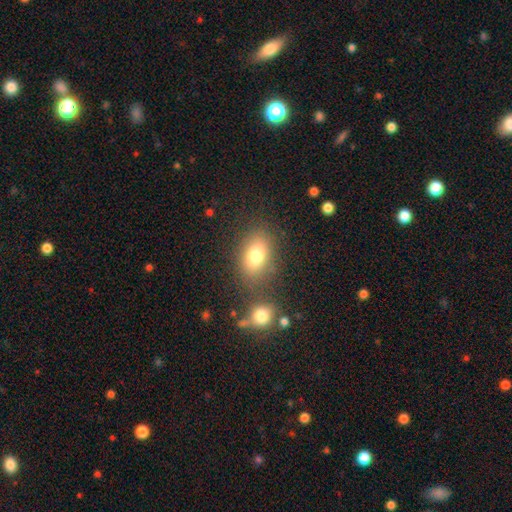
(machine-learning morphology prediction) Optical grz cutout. It shows a smooth galaxy with no disk features (78%) that is in between round and cigar-shaped (80%). Merging: none (71%).